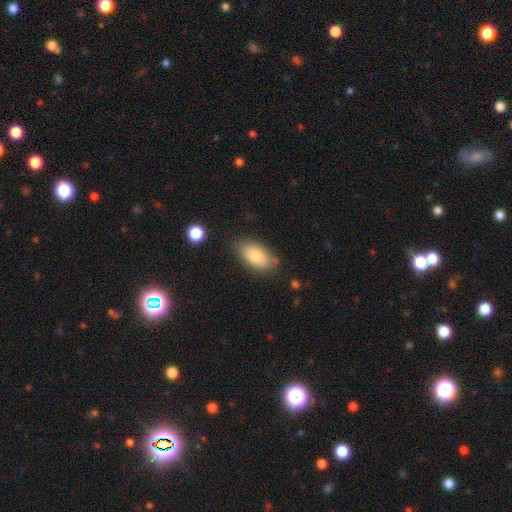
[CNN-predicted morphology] Overall: smooth (79%). How rounded: in between (93%). Merging: none (74%).